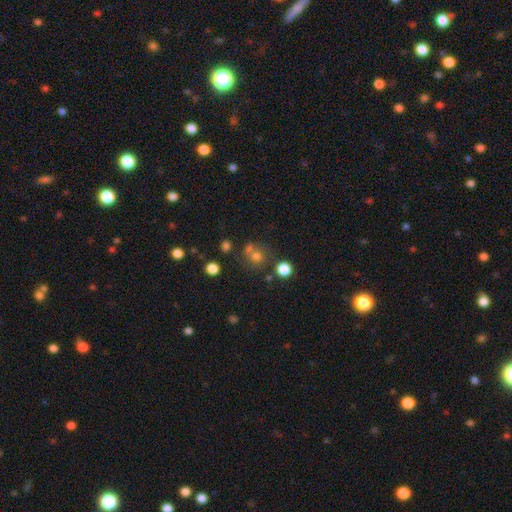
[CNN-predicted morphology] smooth_or_featured: smooth (p=0.64) [alt: star or artifact p=0.23]
how_rounded: round (p=0.87) [alt: in between p=0.12]
merging: none (p=0.59) [alt: merger p=0.26]